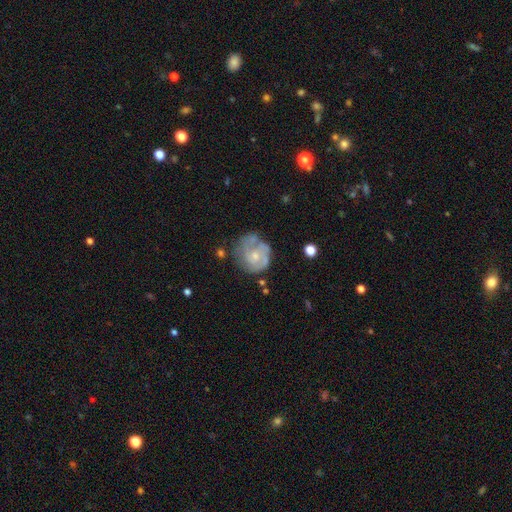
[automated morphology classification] Smooth or featured?
  - featured or disk: 67% *
  - smooth: 27%
  - star or artifact: 6%
Edge-on disk?
  - no: 98% *
  - yes: 2%
Bar?
  - no: 76% *
  - weak: 21%
  - strong: 3%
Spiral arms?
  - yes: 73% *
  - no: 27%
Bulge size?
  - small: 49% *
  - moderate: 41%
  - none: 6%
  - large: 3%
  - dominant: 1%
Merging?
  - none: 51% *
  - minor disturbance: 25%
  - major disturbance: 18%
  - merger: 5%